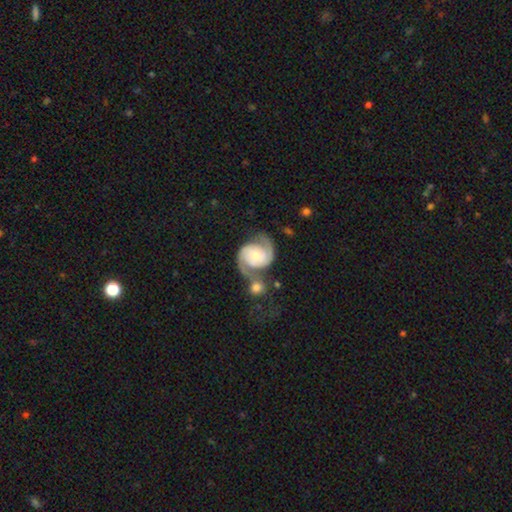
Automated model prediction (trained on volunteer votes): Overall: featured or disk (88%). Edge-on disk: no (98%). Bar: no (65%; weak 26%). Spiral arms: yes (97%). Spiral arm count: 2 (93%). Spiral winding: medium (50%; tight 29%). Bulge size: moderate (46%; small 44%). Merging: none (48%; merger 27%).